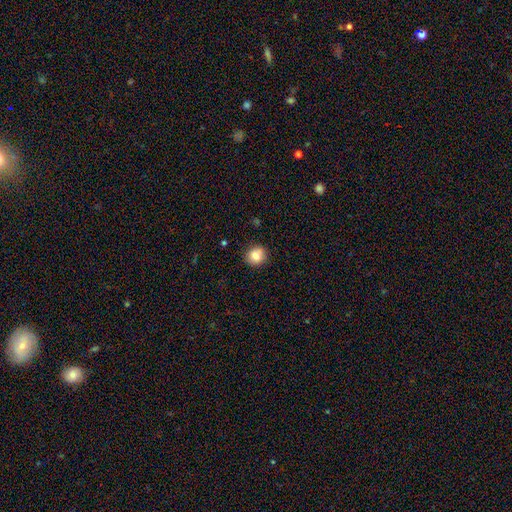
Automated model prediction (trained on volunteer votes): smooth-or-featured: smooth: 82% | star or artifact: 9% | featured or disk: 8%
  how-rounded: round: 83% | in between: 16% | cigar-shaped: 1%
  merging: none: 87% | minor disturbance: 10% | major disturbance: 2% | merger: 1%